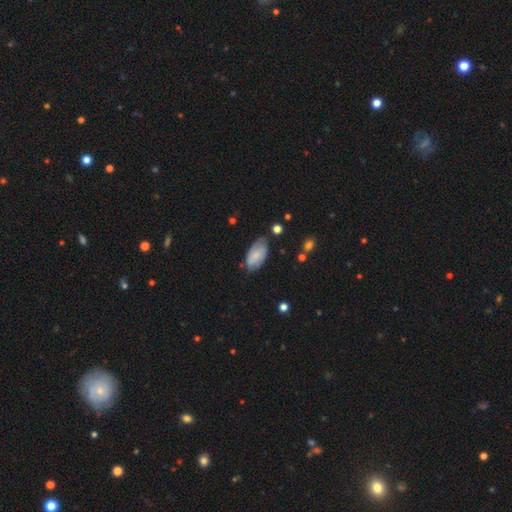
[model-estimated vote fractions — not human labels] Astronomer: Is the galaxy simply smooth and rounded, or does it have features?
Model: smooth — 65%.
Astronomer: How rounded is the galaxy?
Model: in between — 94%.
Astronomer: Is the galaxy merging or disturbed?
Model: none — 63%.